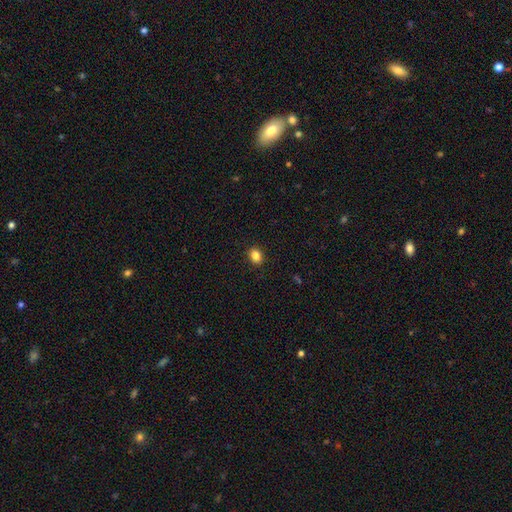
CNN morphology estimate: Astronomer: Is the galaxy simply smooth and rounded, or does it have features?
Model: smooth — 85%.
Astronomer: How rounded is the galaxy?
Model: in between — 53% (runner-up: round, 46%).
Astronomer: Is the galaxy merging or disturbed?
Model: none — 90%.